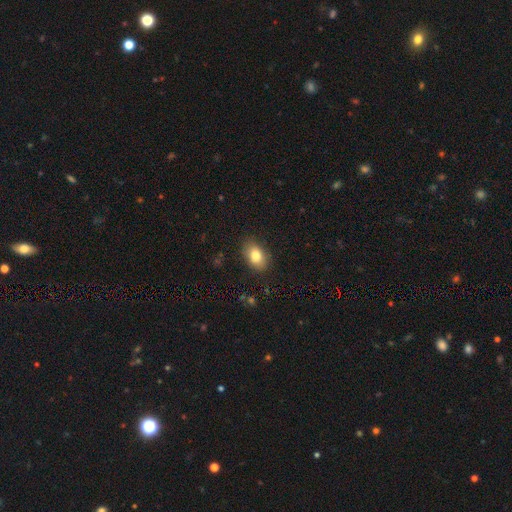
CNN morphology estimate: Q: Smooth or featured?
A: smooth (81%); runner-up: featured or disk (10%)
Q: How rounded?
A: in between (83%); runner-up: round (16%)
Q: Merging?
A: none (84%); runner-up: minor disturbance (12%)